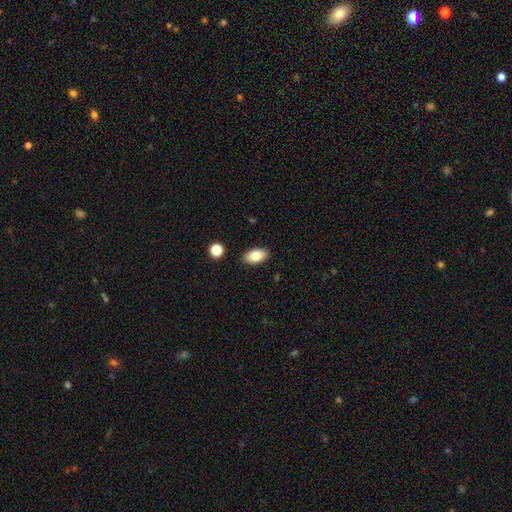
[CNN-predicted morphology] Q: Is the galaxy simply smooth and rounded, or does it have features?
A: smooth — 82%.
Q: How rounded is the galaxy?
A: in between — 92%.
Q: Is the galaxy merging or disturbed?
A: none — 88%.